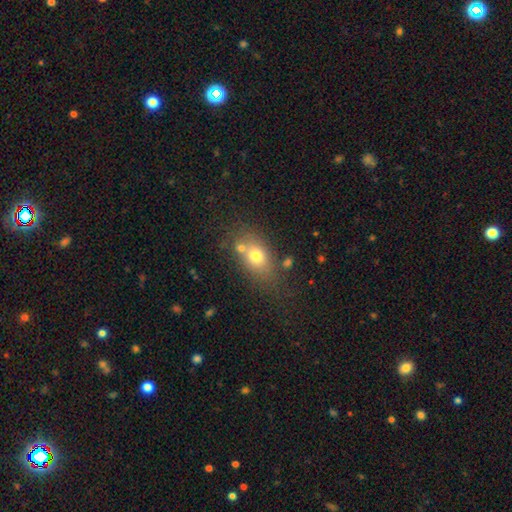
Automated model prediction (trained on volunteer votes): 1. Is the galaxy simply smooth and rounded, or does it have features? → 70% smooth, 18% featured or disk, 12% star or artifact.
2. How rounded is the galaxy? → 69% in between, 28% round, 3% cigar-shaped.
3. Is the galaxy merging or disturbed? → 59% none, 20% merger, 15% minor disturbance, 7% major disturbance.